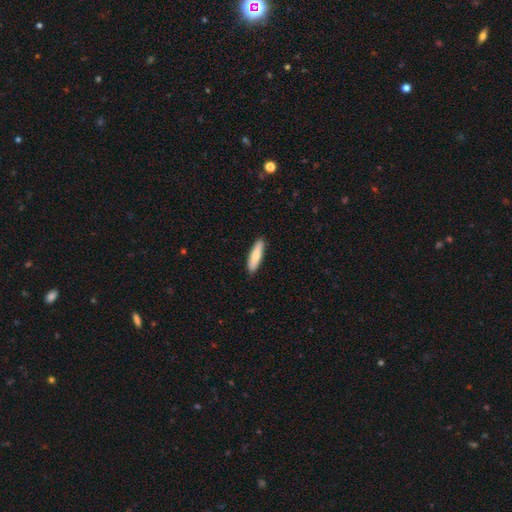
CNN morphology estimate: smooth 73%, featured or disk 21%, star or artifact 5%. Down the decision tree: how rounded — cigar-shaped (75%); merging — none (91%).